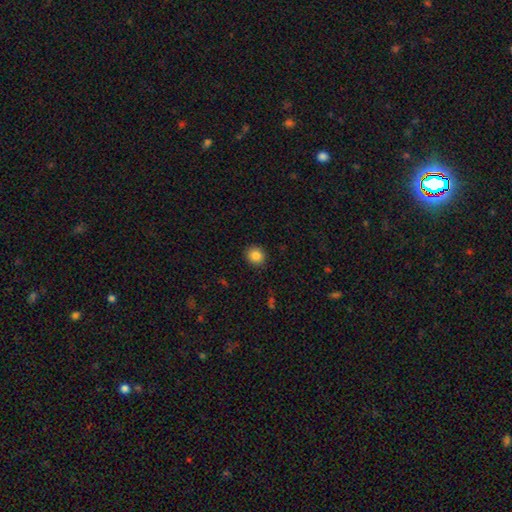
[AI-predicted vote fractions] The model was most divided on "how rounded": round: 86%, in between: 13%, cigar-shaped: 1%. More confident: merging — none (91%); smooth or featured — smooth (86%).